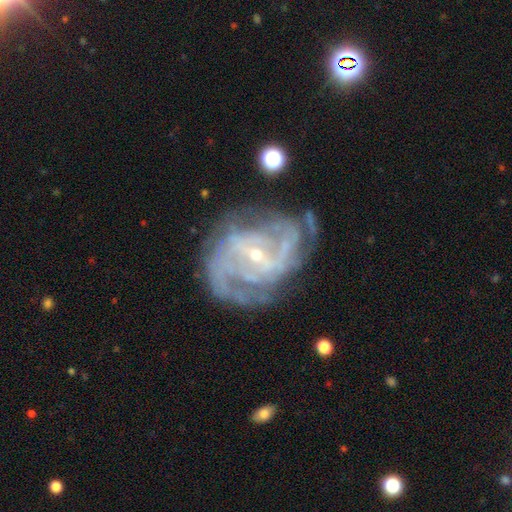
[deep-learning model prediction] A featured or disk galaxy (90%) with a weak bar (44%), 2 (34%) tight (46%) spiral arms (95%) and a small central bulge (79%). Merging: none (64%).